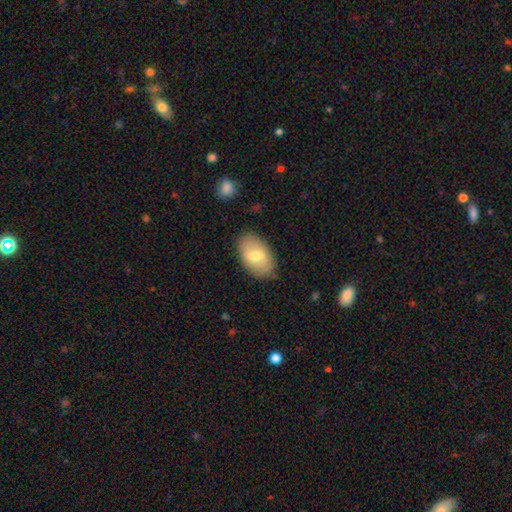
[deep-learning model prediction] Smooth or featured? smooth (63%)
How rounded? in between (91%)
Merging? none (83%)